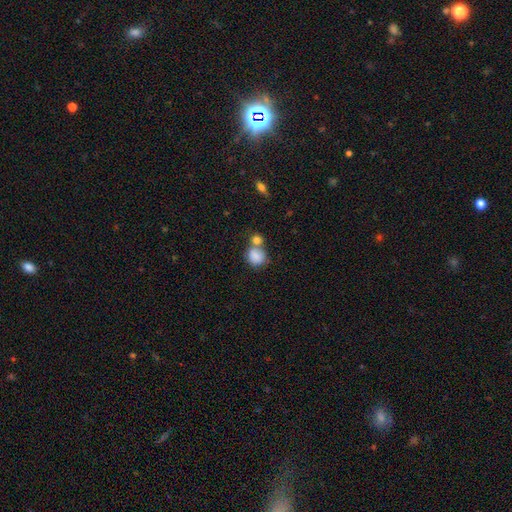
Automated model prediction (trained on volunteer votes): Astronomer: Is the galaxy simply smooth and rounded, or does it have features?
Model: smooth — 83%.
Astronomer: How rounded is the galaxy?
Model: round — 68%.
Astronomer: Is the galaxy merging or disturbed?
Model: merger — 46% (runner-up: none, 37%).